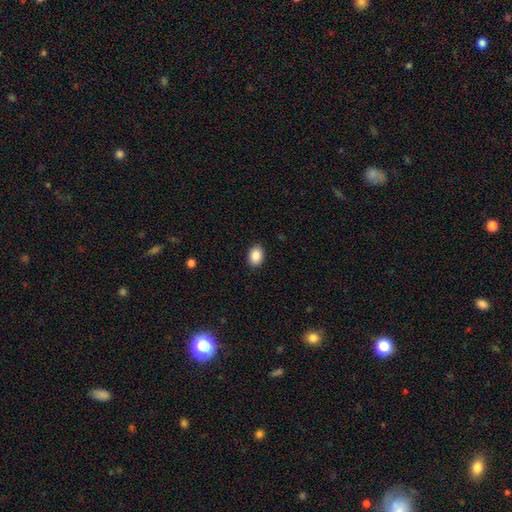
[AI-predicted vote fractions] Smooth or featured: smooth — 89% (star or artifact — 8%)
How rounded: in between — 74% (round — 25%)
Merging: none — 90% (minor disturbance — 7%)